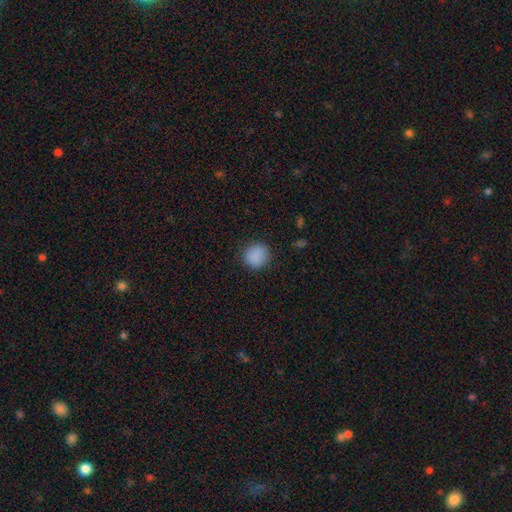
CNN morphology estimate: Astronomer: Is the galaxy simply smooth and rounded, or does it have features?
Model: smooth — 88%.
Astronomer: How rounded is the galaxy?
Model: round — 89%.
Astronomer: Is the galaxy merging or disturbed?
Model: none — 88%.